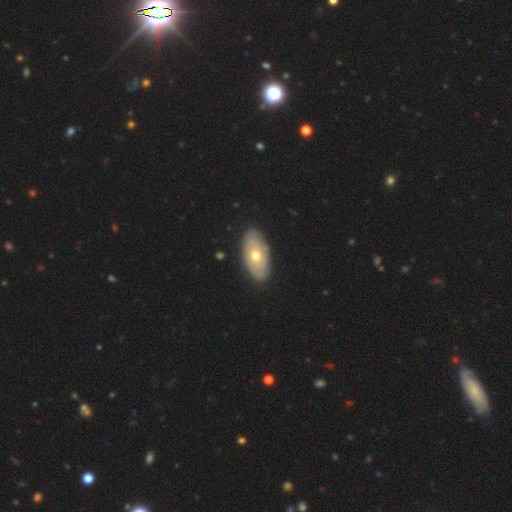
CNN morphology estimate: Smooth or featured: smooth — 48% (featured or disk — 47%)
Merging: none — 87% (minor disturbance — 9%)